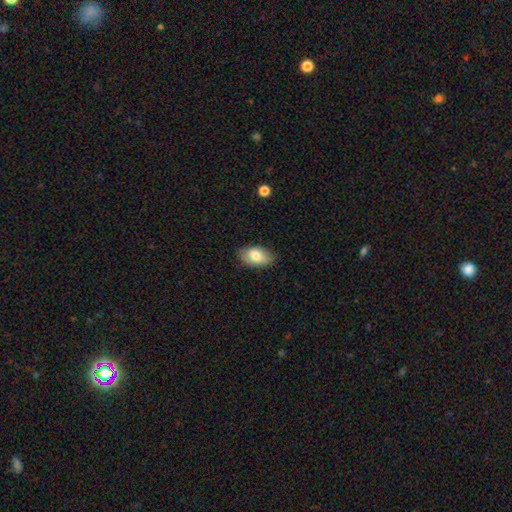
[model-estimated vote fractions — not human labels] smooth-or-featured: smooth: 79% | featured or disk: 14% | star or artifact: 7%
  how-rounded: in between: 92% | round: 6% | cigar-shaped: 2%
  merging: none: 79% | minor disturbance: 16% | major disturbance: 3% | merger: 1%